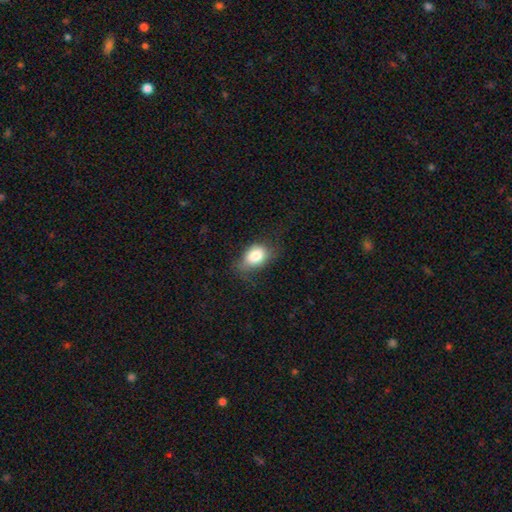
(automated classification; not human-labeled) Q: Smooth or featured?
A: smooth (80%); runner-up: featured or disk (11%)
Q: How rounded?
A: in between (74%); runner-up: round (24%)
Q: Merging?
A: none (53%); runner-up: minor disturbance (30%)